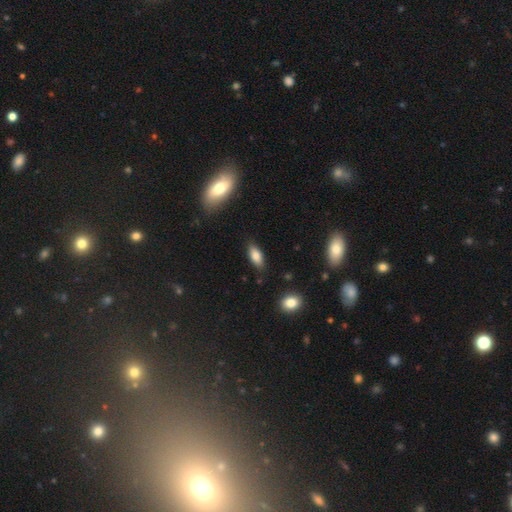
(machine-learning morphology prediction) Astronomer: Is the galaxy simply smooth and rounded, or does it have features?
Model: smooth — 80%.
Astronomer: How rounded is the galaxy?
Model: in between — 79%.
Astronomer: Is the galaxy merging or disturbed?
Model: none — 84%.